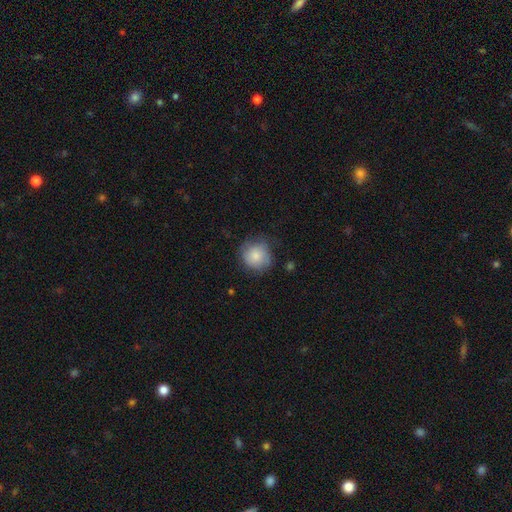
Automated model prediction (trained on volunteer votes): The model was most divided on "merging": none: 66%, minor disturbance: 25%, major disturbance: 8%, merger: 2%. More confident: how rounded — round (89%); smooth or featured — smooth (76%).